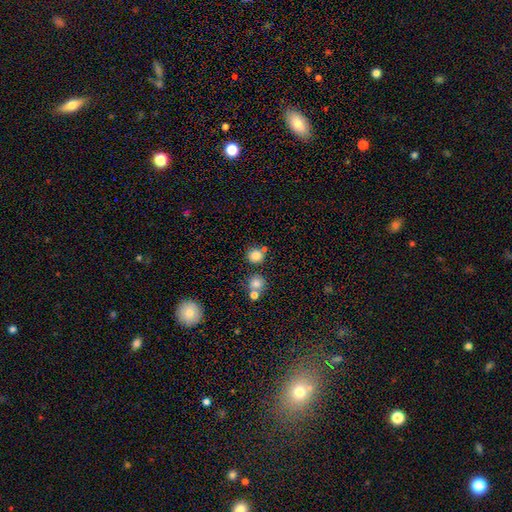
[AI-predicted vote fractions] smooth 80%, star or artifact 13%, featured or disk 7%. Down the decision tree: how rounded — round (89%); merging — none (72%).